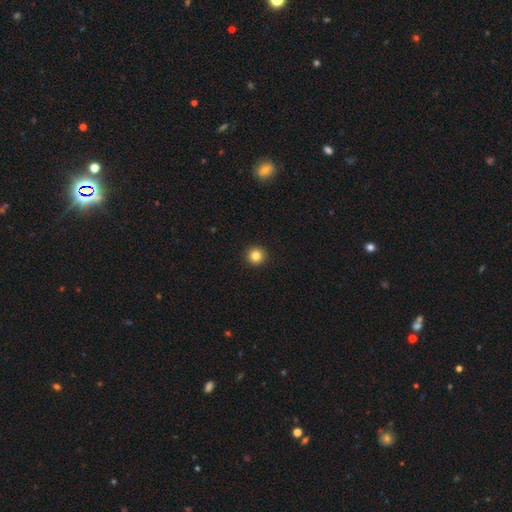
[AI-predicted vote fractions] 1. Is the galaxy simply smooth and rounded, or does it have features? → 83% smooth, 11% star or artifact, 6% featured or disk.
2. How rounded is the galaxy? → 96% round, 3% in between, 1% cigar-shaped.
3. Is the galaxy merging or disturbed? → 94% none, 4% minor disturbance, 1% major disturbance, 1% merger.